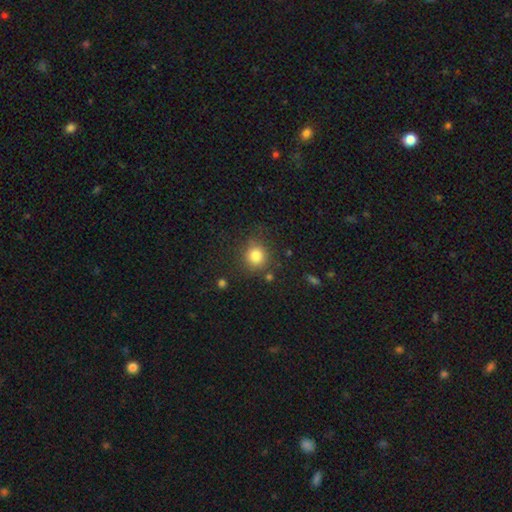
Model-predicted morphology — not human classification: smooth-or-featured: smooth: 82% | star or artifact: 12% | featured or disk: 6%
  how-rounded: round: 89% | in between: 10% | cigar-shaped: 1%
  merging: none: 81% | minor disturbance: 11% | major disturbance: 4% | merger: 4%